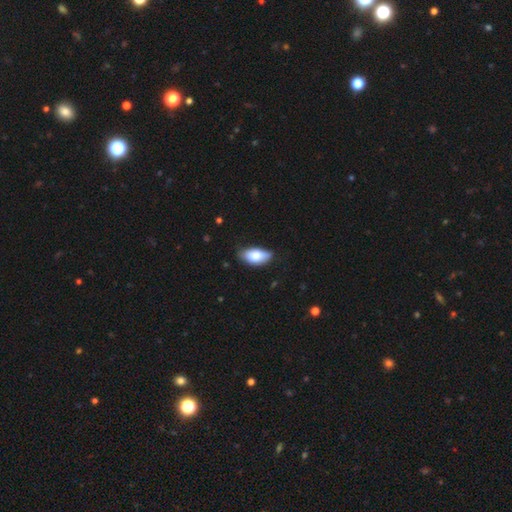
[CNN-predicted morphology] This is likely a smooth galaxy (79%). How rounded: clearly in between (91%). Merging: likely none (70%).